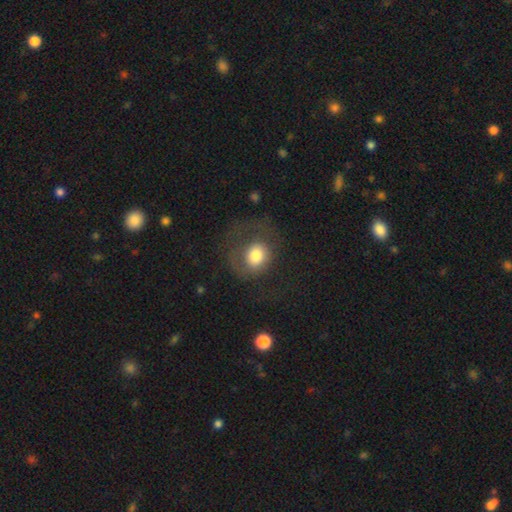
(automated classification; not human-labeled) This appears to be a smooth galaxy with no disk features (67%) that is round (66%). Merging: none (43%).